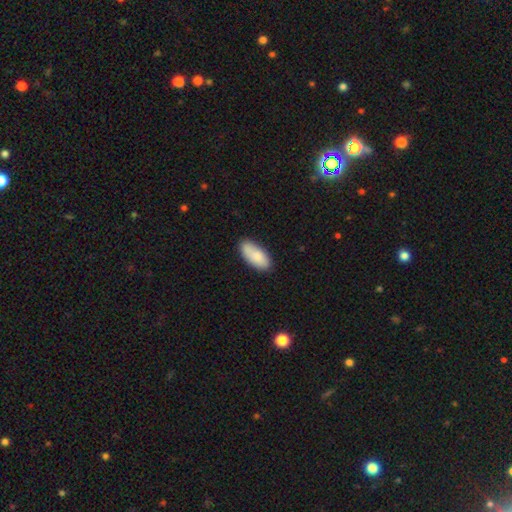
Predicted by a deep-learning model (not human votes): Smooth or featured?
  - smooth: 85% *
  - featured or disk: 9%
  - star or artifact: 6%
How rounded?
  - in between: 87% *
  - cigar-shaped: 11%
  - round: 2%
Merging?
  - none: 79% *
  - minor disturbance: 16%
  - major disturbance: 3%
  - merger: 2%